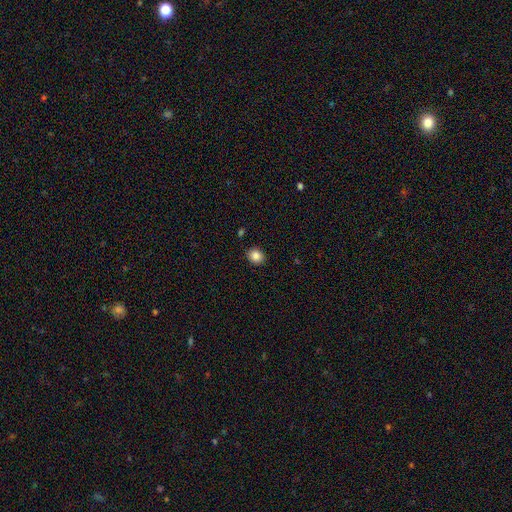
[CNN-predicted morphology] type=smooth (86%); roundness=round (66%); merging=none (90%).